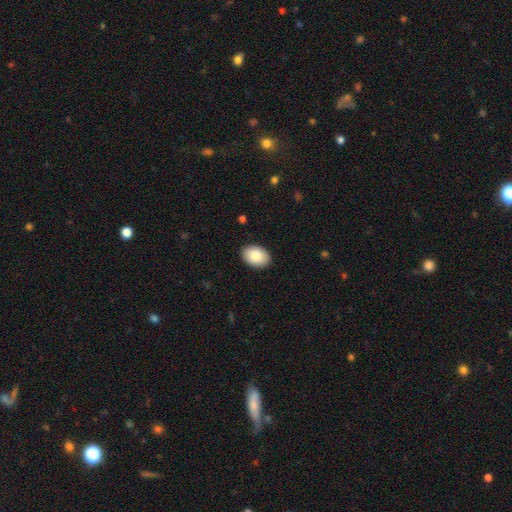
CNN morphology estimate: smooth_or_featured: smooth (p=0.87) [alt: featured or disk p=0.07]
how_rounded: in between (p=0.86) [alt: round p=0.13]
merging: none (p=0.90) [alt: minor disturbance p=0.08]